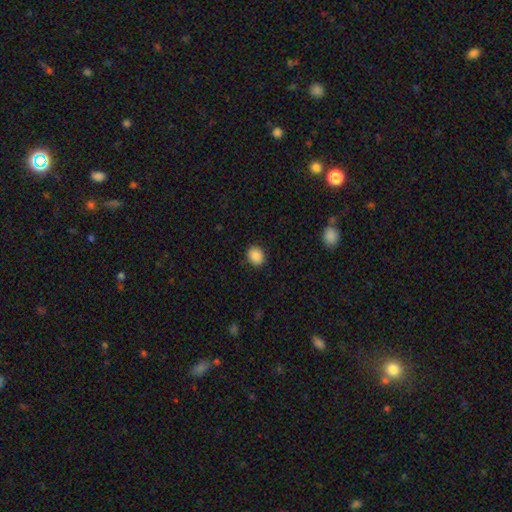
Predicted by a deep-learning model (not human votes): smooth-or-featured: smooth: 88% | star or artifact: 9% | featured or disk: 4%
  how-rounded: round: 61% | in between: 38% | cigar-shaped: 1%
  merging: none: 89% | minor disturbance: 8% | major disturbance: 2% | merger: 1%